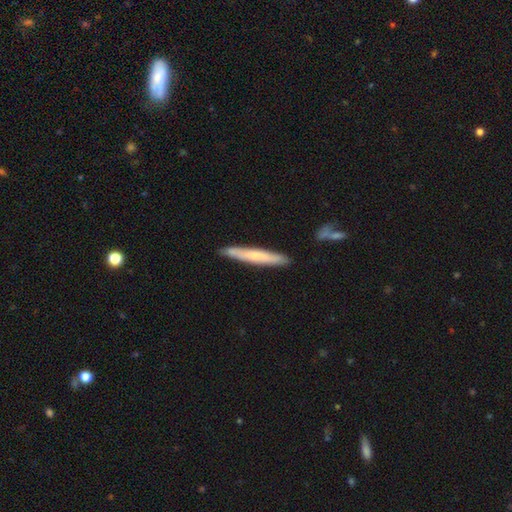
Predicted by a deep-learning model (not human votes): smooth 58%, featured or disk 36%, star or artifact 6%. Down the decision tree: how rounded — cigar-shaped (96%); merging — none (88%).